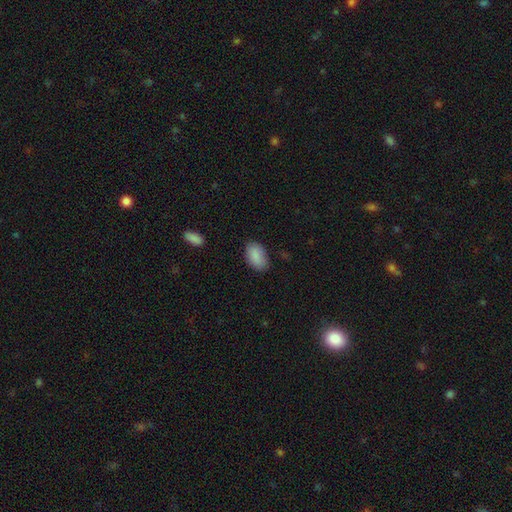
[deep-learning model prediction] A smooth galaxy with no disk features (88%) that is in between round and cigar-shaped (94%). Merging: none (81%).